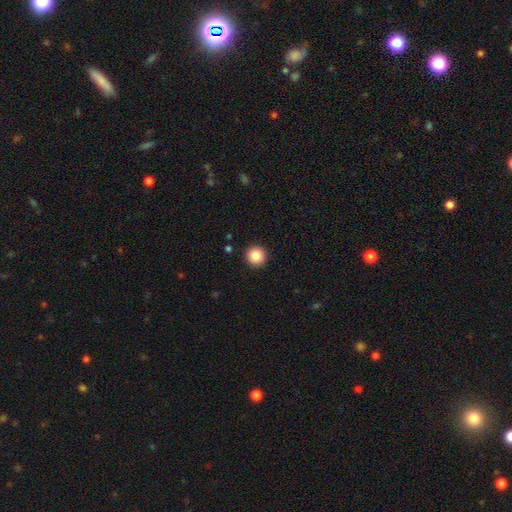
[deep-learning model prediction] Smooth or featured?
  - smooth: 86% *
  - star or artifact: 10%
  - featured or disk: 4%
How rounded?
  - round: 96% *
  - in between: 3%
  - cigar-shaped: 1%
Merging?
  - none: 93% *
  - minor disturbance: 5%
  - major disturbance: 2%
  - merger: 1%